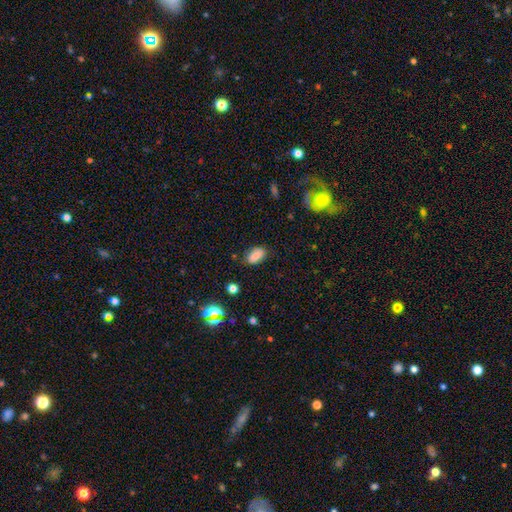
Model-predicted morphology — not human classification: A smooth galaxy with no disk features (82%) that is in between round and cigar-shaped (90%).

Vote fractions:
- Smooth or featured? smooth: 82% / star or artifact: 10% / featured or disk: 8%
- How rounded? in between: 90% / round: 7% / cigar-shaped: 3%
- Merging? none: 80% / minor disturbance: 14% / major disturbance: 3% / merger: 2%